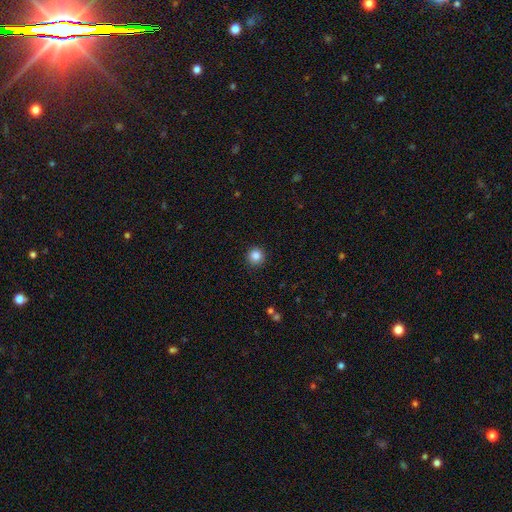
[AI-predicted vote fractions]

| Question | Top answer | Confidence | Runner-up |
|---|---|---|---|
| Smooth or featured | smooth | 86% | star or artifact (10%) |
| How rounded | round | 95% | in between (4%) |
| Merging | none | 92% | minor disturbance (6%) |